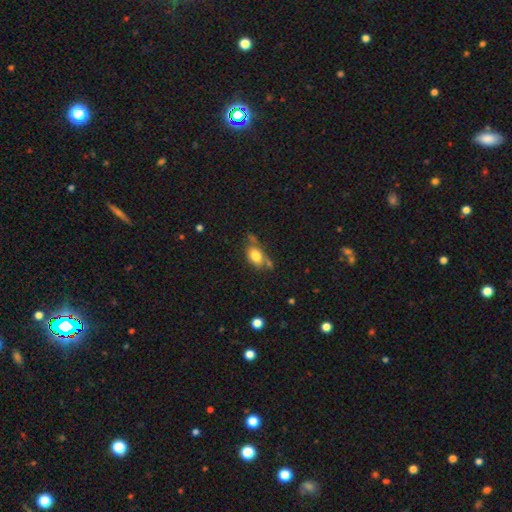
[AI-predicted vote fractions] Smooth or featured? Predicted: smooth (p=0.77). How rounded? Predicted: in between (p=0.78). Merging? Predicted: none (p=0.49).